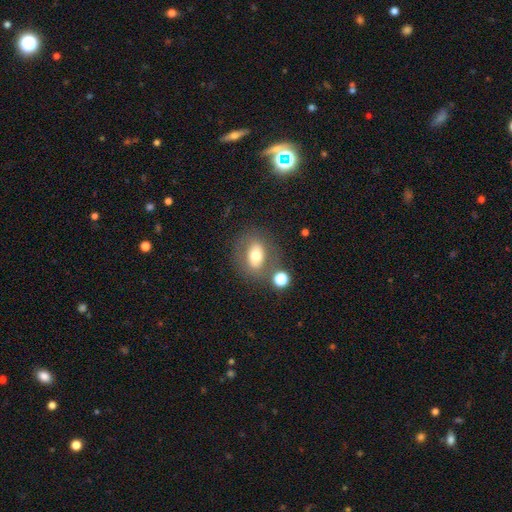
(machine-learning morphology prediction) This appears to be a smooth galaxy with no disk features (61%) that is in between round and cigar-shaped (70%). Merging: none (69%).